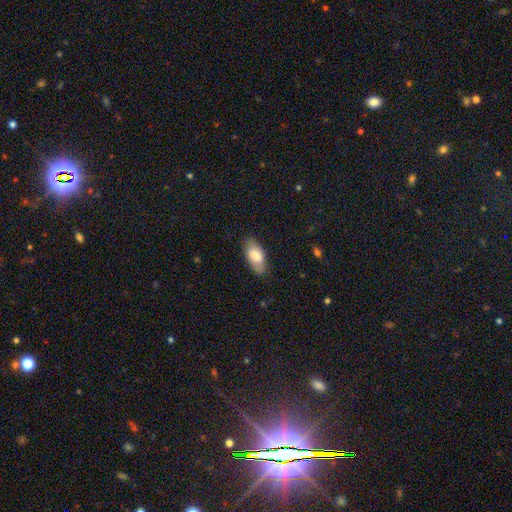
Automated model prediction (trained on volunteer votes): Overall: smooth (79%). How rounded: in between (88%). Merging: none (80%).